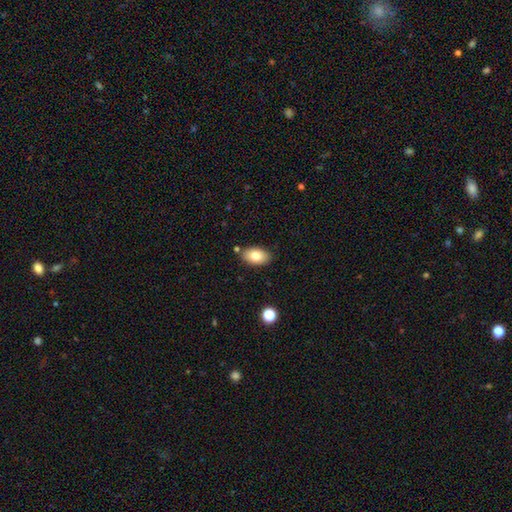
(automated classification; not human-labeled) Morphology: type=smooth (78%); roundness=in between (91%); merging=none (83%).